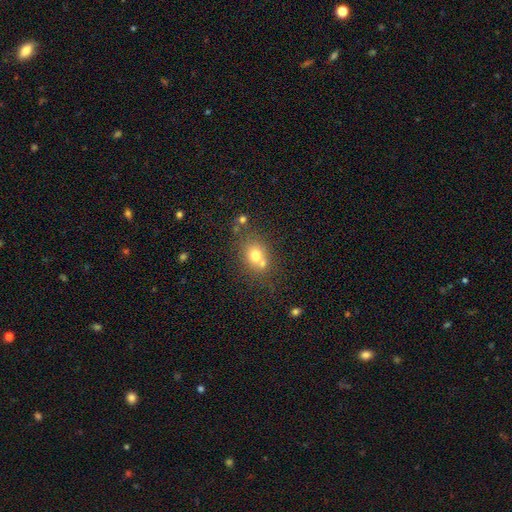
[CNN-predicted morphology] This is likely a smooth galaxy (71%). How rounded: possibly round (58%). Merging: possibly none (52%).